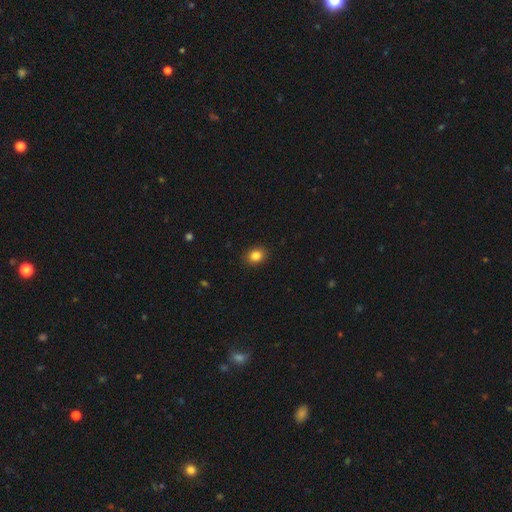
Volunteers were most divided on "how rounded": round: 66%, in between: 34%, cigar-shaped: 0%. More confident: merging — none (94%); smooth or featured — smooth (84%).